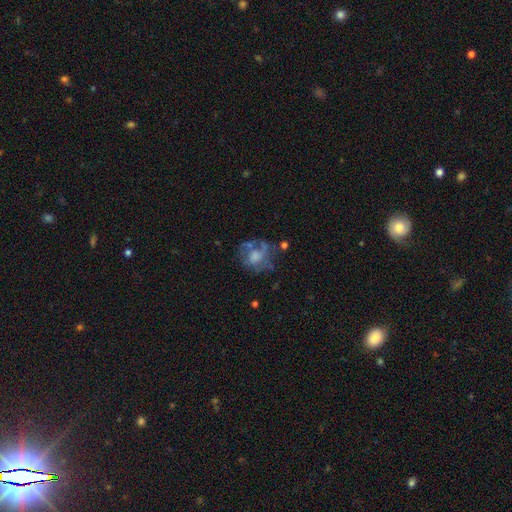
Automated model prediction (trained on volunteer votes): A featured or disk galaxy (54%) with no bar (80%), no spiral arms (65%) and a moderate central bulge (35%).

Vote fractions:
- Smooth or featured? featured or disk: 54% / smooth: 35% / star or artifact: 11%
- Edge-on disk? no: 97% / yes: 3%
- Bar? no: 80% / weak: 17% / strong: 3%
- Spiral arms? no: 65% / yes: 35%
- Bulge size? moderate: 35% / none: 27% / large: 19% / small: 17% / dominant: 2%
- Merging? none: 44% / major disturbance: 30% / minor disturbance: 20% / merger: 6%